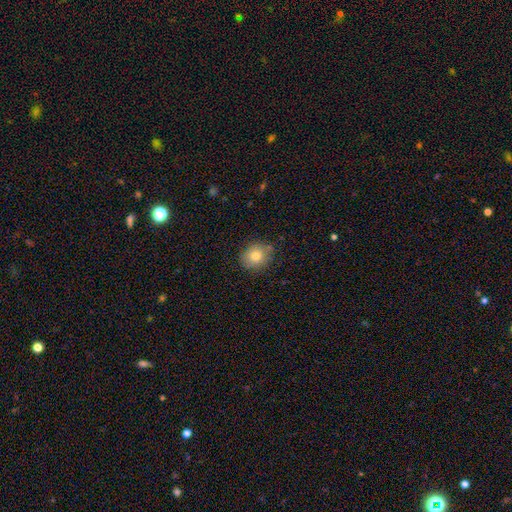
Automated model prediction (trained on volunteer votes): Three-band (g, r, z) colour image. It shows a smooth galaxy with no disk features (78%) that is round (65%). Merging: none (79%).